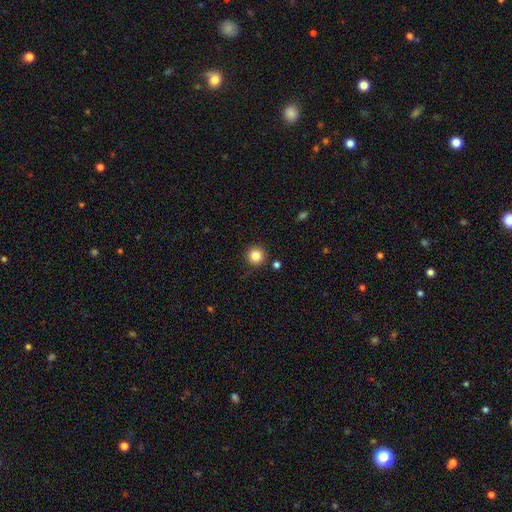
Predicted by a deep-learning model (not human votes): Smooth or featured?
  - smooth: 84% *
  - star or artifact: 11%
  - featured or disk: 5%
How rounded?
  - round: 95% *
  - in between: 4%
  - cigar-shaped: 1%
Merging?
  - none: 89% *
  - minor disturbance: 6%
  - merger: 2%
  - major disturbance: 2%